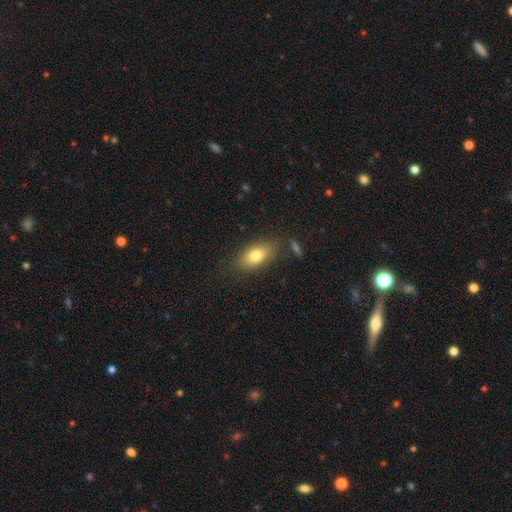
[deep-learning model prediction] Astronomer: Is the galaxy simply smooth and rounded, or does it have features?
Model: smooth — 78%.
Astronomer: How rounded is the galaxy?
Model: in between — 85%.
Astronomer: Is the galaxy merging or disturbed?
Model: none — 79%.